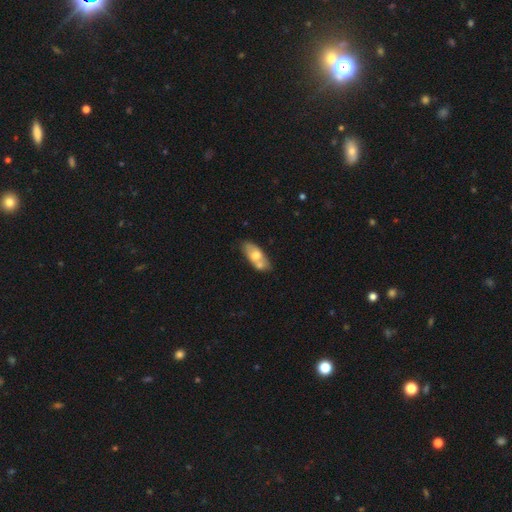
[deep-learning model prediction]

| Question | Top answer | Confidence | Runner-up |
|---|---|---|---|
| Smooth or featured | smooth | 59% | featured or disk (36%) |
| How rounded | in between | 83% | cigar-shaped (14%) |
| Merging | none | 50% | merger (31%) |